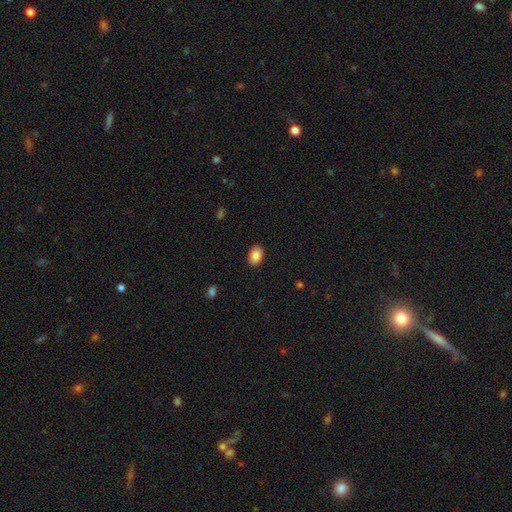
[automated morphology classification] type=smooth (87%); roundness=in between (87%); merging=none (89%).